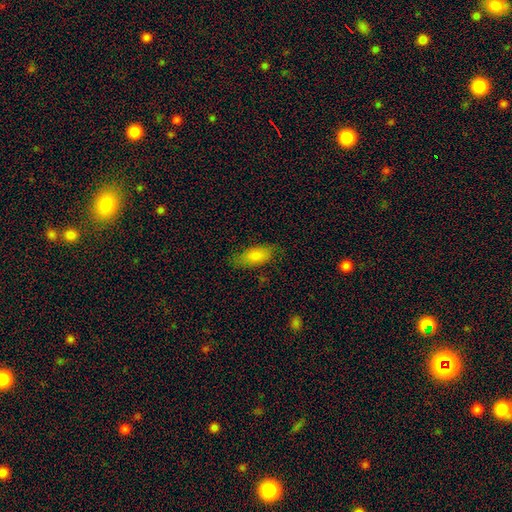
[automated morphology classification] Overall: smooth (78%). How rounded: in between (81%). Merging: none (78%).